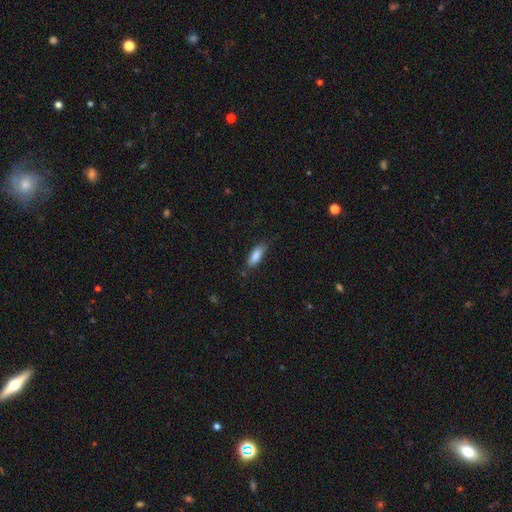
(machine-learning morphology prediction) Smooth or featured: smooth — 85% (featured or disk — 8%)
How rounded: in between — 68% (cigar-shaped — 30%)
Merging: none — 69% (minor disturbance — 24%)